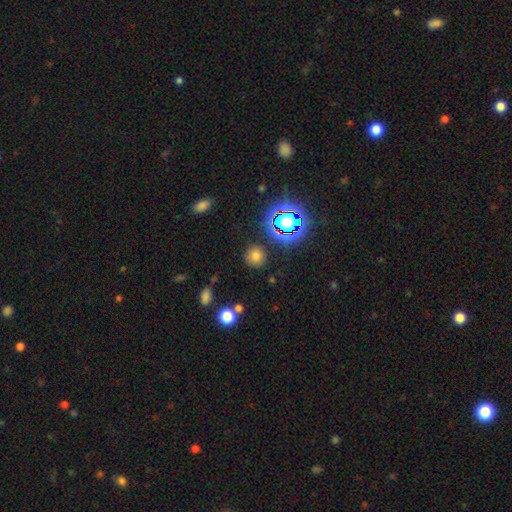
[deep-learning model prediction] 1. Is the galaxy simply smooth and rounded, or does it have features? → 71% smooth, 21% star or artifact, 7% featured or disk.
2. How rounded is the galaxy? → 90% round, 9% in between, 1% cigar-shaped.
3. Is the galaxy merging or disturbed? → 86% none, 8% minor disturbance, 3% major disturbance, 3% merger.